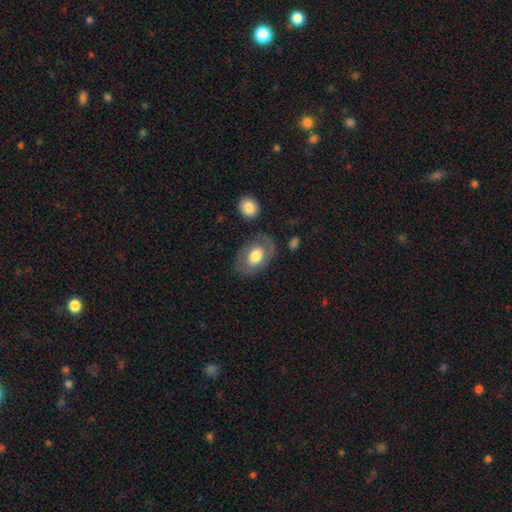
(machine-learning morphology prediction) Smooth or featured? smooth (60%)
How rounded? in between (81%)
Merging? none (73%)